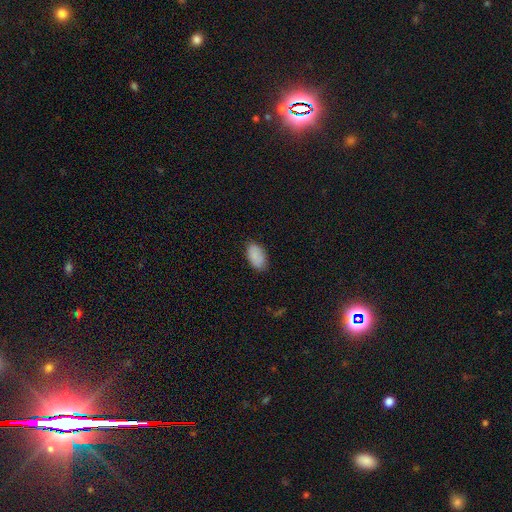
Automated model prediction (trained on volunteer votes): Smooth or featured: smooth — 87% (star or artifact — 7%)
How rounded: in between — 94% (round — 5%)
Merging: none — 82% (minor disturbance — 14%)